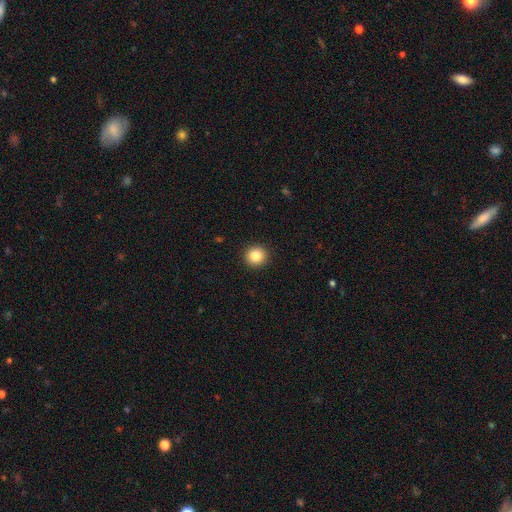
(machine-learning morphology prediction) This appears to be a smooth galaxy with no disk features (85%) that is round (92%). Merging: none (92%).